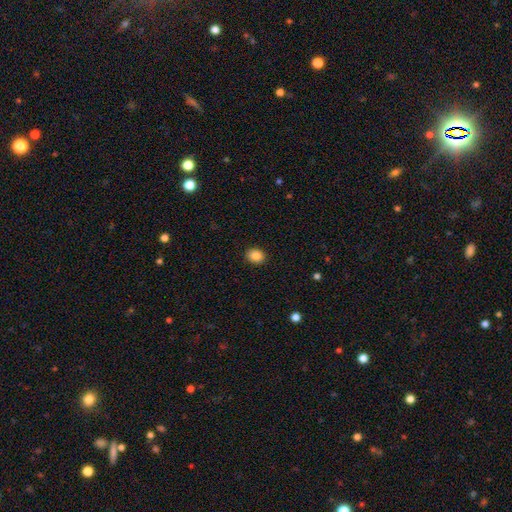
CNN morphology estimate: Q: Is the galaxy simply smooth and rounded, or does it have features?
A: smooth — 87%.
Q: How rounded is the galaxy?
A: round — 61%.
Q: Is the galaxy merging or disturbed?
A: none — 91%.